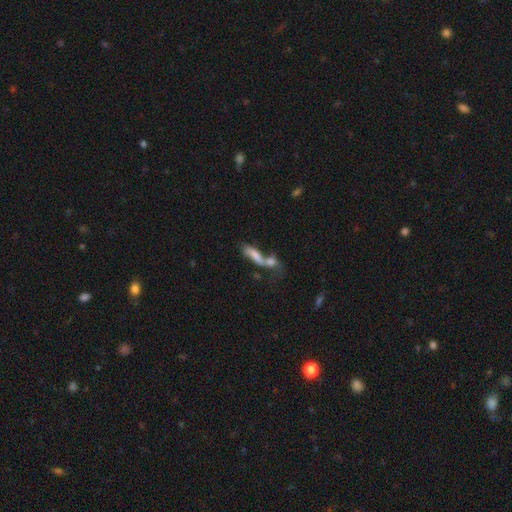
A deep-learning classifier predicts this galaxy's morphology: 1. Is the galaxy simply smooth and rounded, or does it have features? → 64% smooth, 26% featured or disk, 10% star or artifact.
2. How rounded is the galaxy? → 49% cigar-shaped, 47% in between, 4% round.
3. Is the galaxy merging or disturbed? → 63% merger, 19% none, 10% major disturbance, 9% minor disturbance.